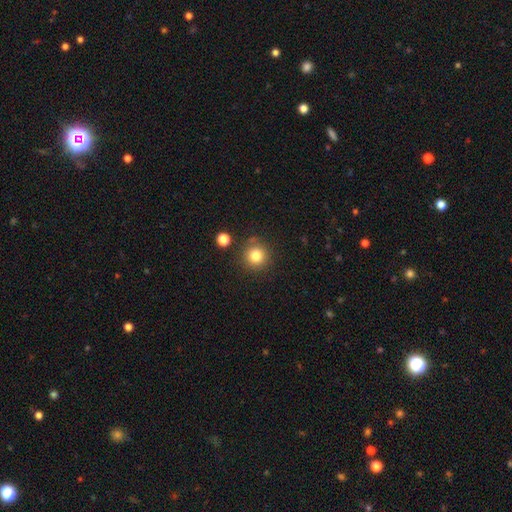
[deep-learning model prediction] smooth 81%, star or artifact 12%, featured or disk 7%. Down the decision tree: how rounded — round (94%); merging — none (82%).